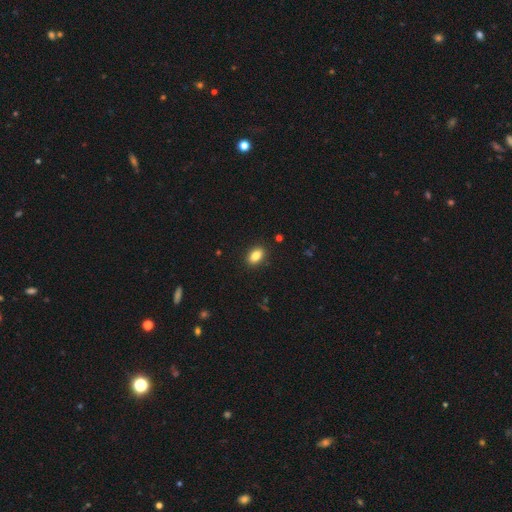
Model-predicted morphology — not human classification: Smooth or featured?
  - smooth: 85% *
  - star or artifact: 9%
  - featured or disk: 6%
How rounded?
  - in between: 86% *
  - round: 12%
  - cigar-shaped: 2%
Merging?
  - none: 89% *
  - minor disturbance: 8%
  - major disturbance: 2%
  - merger: 1%